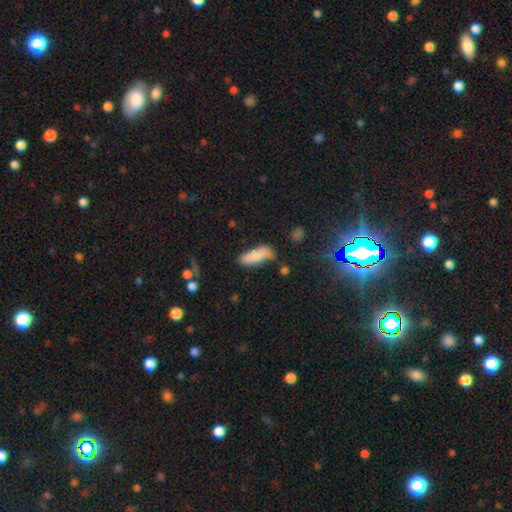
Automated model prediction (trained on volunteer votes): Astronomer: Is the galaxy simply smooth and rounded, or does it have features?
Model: smooth — 82%.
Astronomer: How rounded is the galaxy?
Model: in between — 64%.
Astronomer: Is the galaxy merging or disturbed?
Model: none — 56%.